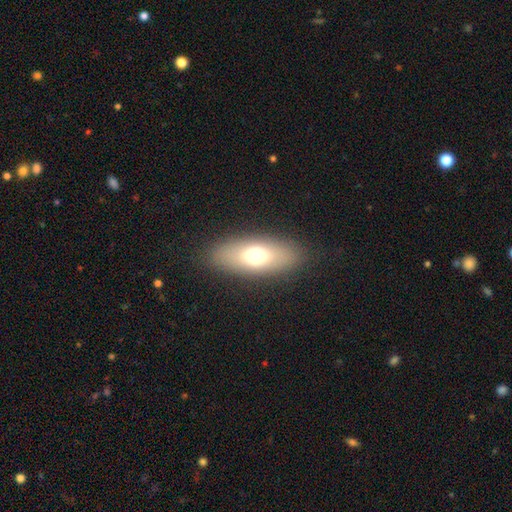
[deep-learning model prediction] This is likely a smooth galaxy (67%). How rounded: likely in between (78%). Merging: clearly none (87%).